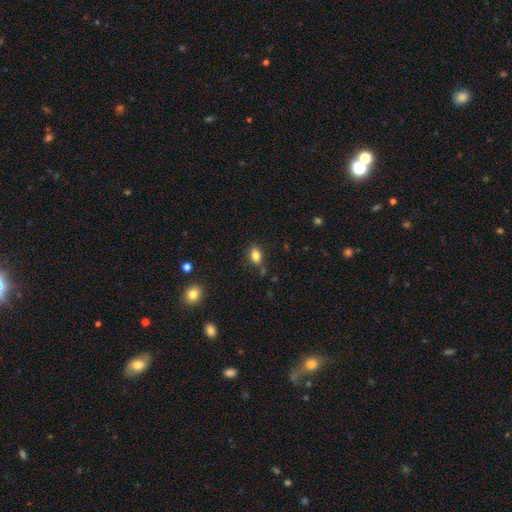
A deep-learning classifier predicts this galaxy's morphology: type=smooth (82%); roundness=in between (79%); merging=none (76%).